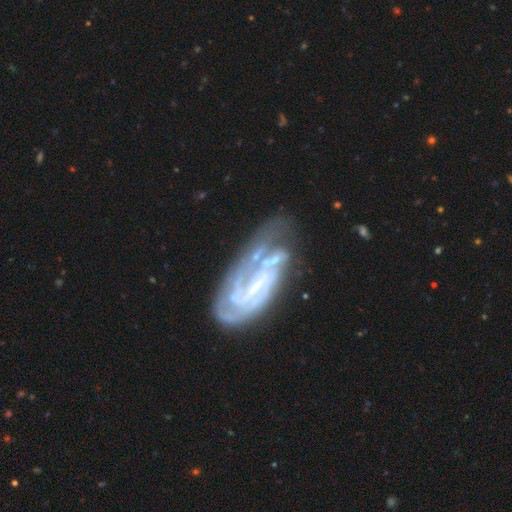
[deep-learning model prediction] Smooth or featured? Predicted: featured or disk (p=0.84). Edge-on disk? Predicted: no (p=0.95). Bar? Predicted: weak (p=0.43). Spiral arms? Predicted: yes (p=0.91). Spiral winding? Predicted: tight (p=0.53). Spiral arm count? Predicted: 2 (p=0.31). Bulge size? Predicted: small (p=0.53). Merging? Predicted: none (p=0.43).